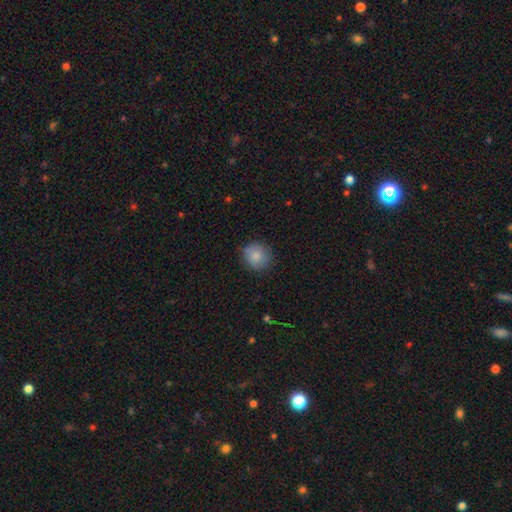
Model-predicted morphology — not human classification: This appears to be a smooth galaxy with no disk features (84%) that is round (89%). Merging: none (82%).